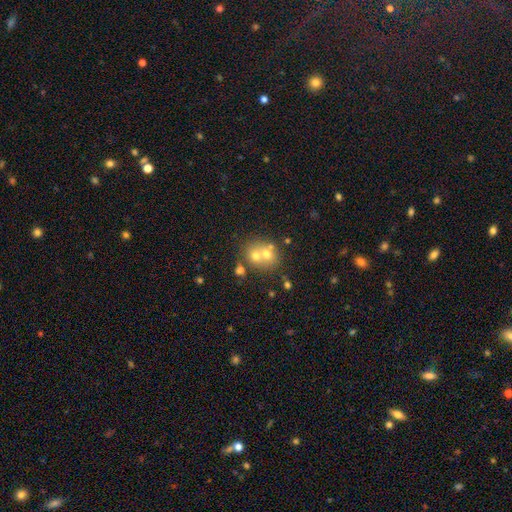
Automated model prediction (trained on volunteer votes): This is likely a smooth galaxy (60%). How rounded: likely round (73%). Merging: possibly merger (54%).